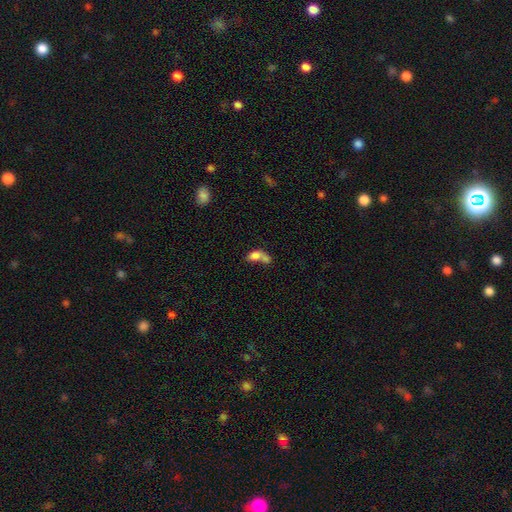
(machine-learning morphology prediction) smooth-or-featured: smooth: 73% | featured or disk: 17% | star or artifact: 10%
  how-rounded: in between: 77% | round: 19% | cigar-shaped: 4%
  merging: merger: 66% | none: 16% | major disturbance: 10% | minor disturbance: 9%